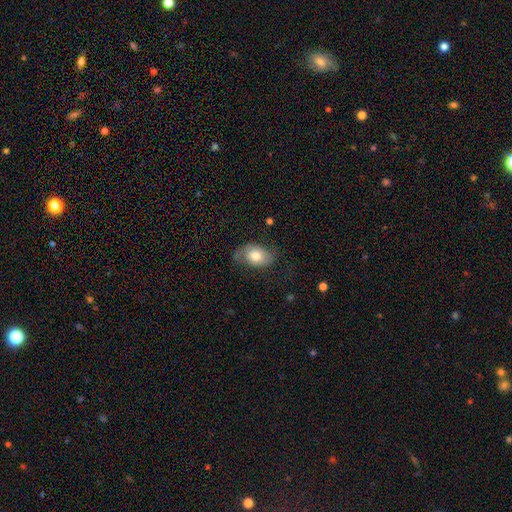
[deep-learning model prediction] A smooth galaxy with no disk features (69%) that is in between round and cigar-shaped (86%). Merging: none (58%).